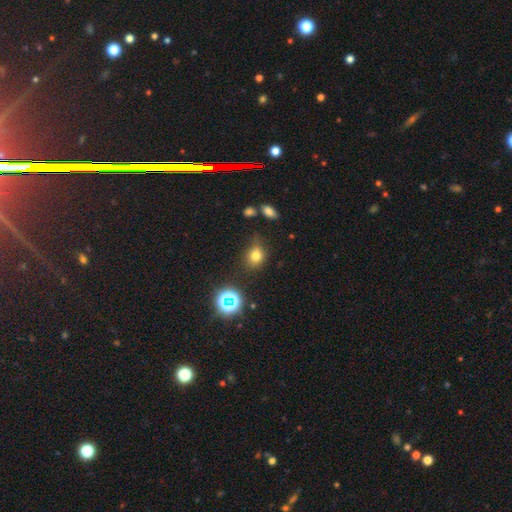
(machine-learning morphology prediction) Smooth or featured? Predicted: smooth (p=0.72). How rounded? Predicted: round (p=0.52). Merging? Predicted: none (p=0.64).